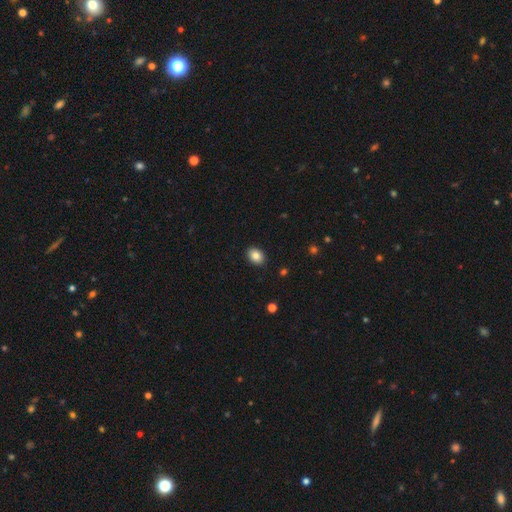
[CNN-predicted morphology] type=smooth (86%); roundness=in between (75%); merging=none (90%).